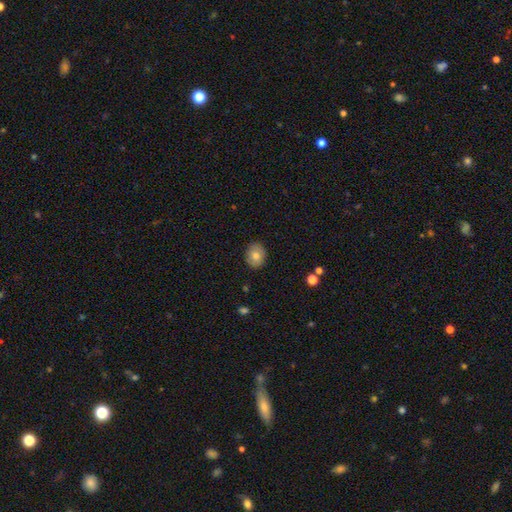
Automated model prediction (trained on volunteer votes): Smooth or featured? Predicted: smooth (p=0.78). How rounded? Predicted: round (p=0.64). Merging? Predicted: none (p=0.88).